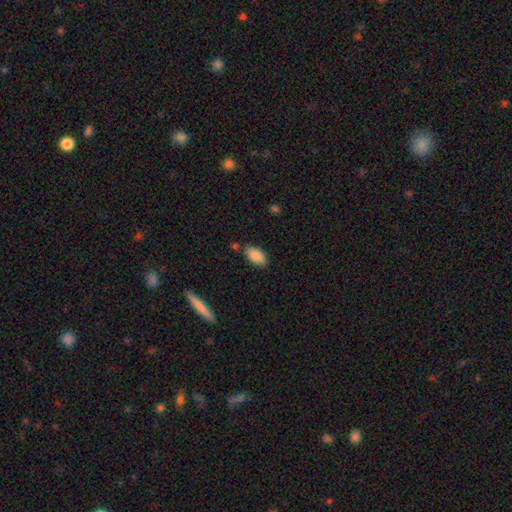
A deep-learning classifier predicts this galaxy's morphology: Smooth or featured?
  - smooth: 88% *
  - star or artifact: 7%
  - featured or disk: 5%
How rounded?
  - in between: 92% *
  - cigar-shaped: 5%
  - round: 3%
Merging?
  - none: 79% *
  - minor disturbance: 13%
  - merger: 5%
  - major disturbance: 3%